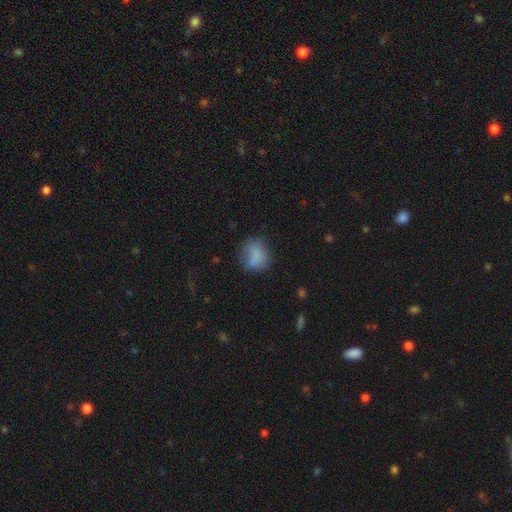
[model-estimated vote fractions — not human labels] The model was most divided on "how rounded": round: 59%, in between: 39%, cigar-shaped: 2%. More confident: smooth or featured — smooth (78%); merging — none (57%).